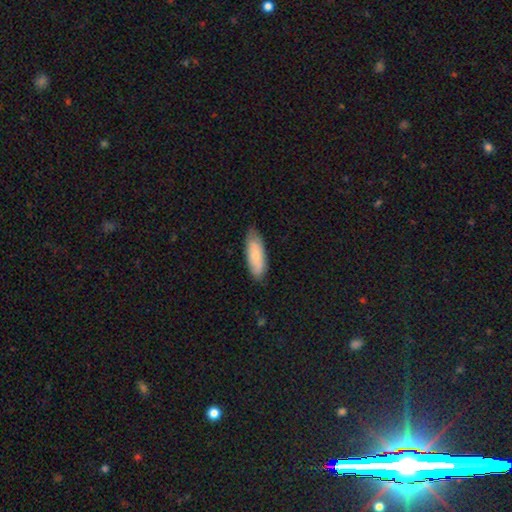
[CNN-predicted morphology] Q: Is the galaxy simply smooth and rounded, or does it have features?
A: smooth — 77%.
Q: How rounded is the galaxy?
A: in between — 67%.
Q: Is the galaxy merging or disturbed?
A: none — 78%.